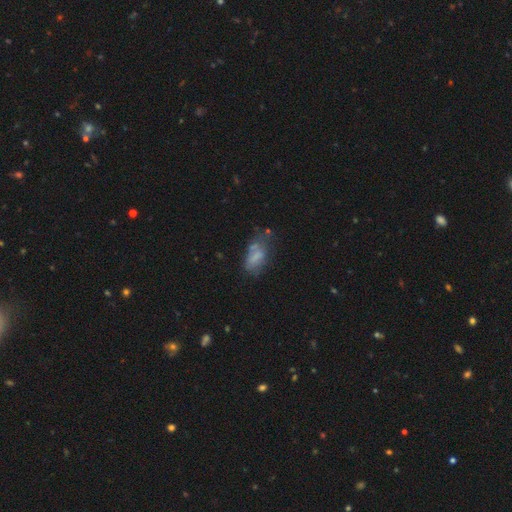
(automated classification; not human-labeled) A smooth galaxy with no disk features (57%) that is in between round and cigar-shaped (88%).

Vote fractions:
- Smooth or featured? smooth: 57% / featured or disk: 32% / star or artifact: 11%
- How rounded? in between: 88% / cigar-shaped: 8% / round: 5%
- Merging? none: 37% / minor disturbance: 30% / major disturbance: 24% / merger: 10%